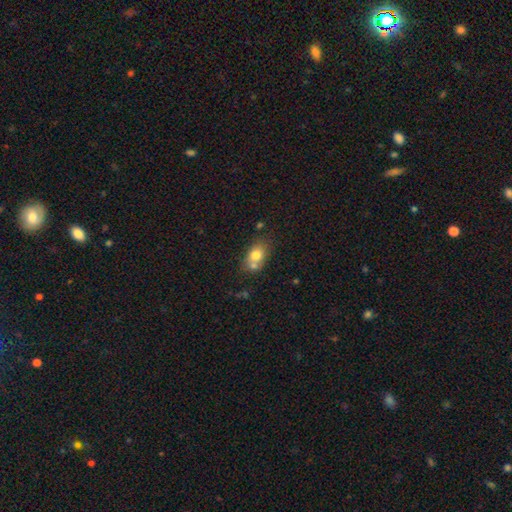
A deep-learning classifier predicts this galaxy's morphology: This is likely a smooth galaxy (75%). How rounded: likely in between (73%). Merging: possibly none (48%).